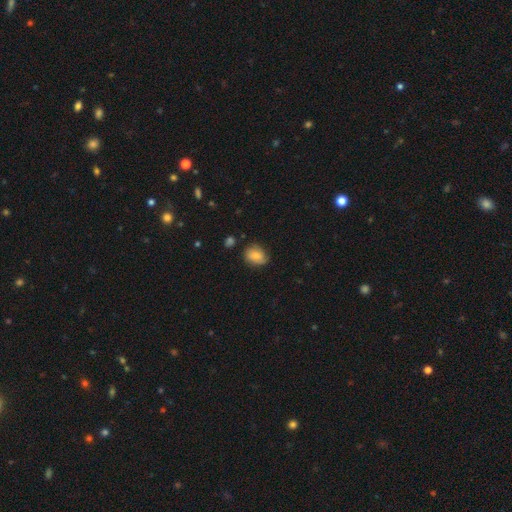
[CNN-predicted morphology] smooth 73%, featured or disk 19%, star or artifact 9%. Down the decision tree: how rounded — in between (55%); merging — none (65%).